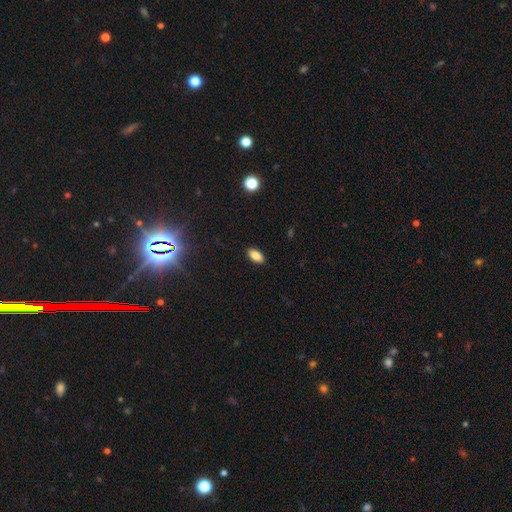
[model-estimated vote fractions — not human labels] Smooth or featured? smooth (85%)
How rounded? in between (91%)
Merging? none (89%)